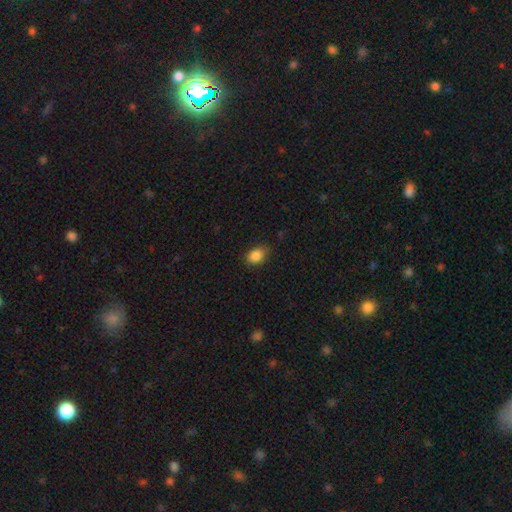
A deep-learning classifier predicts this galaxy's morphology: Smooth or featured: smooth — 87% (star or artifact — 9%)
How rounded: in between — 70% (round — 29%)
Merging: none — 72% (minor disturbance — 23%)